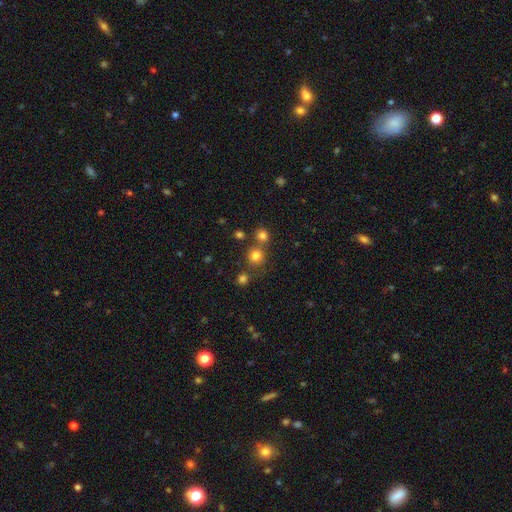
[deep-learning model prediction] smooth 77%, star or artifact 16%, featured or disk 7%. Down the decision tree: how rounded — round (90%); merging — none (68%).